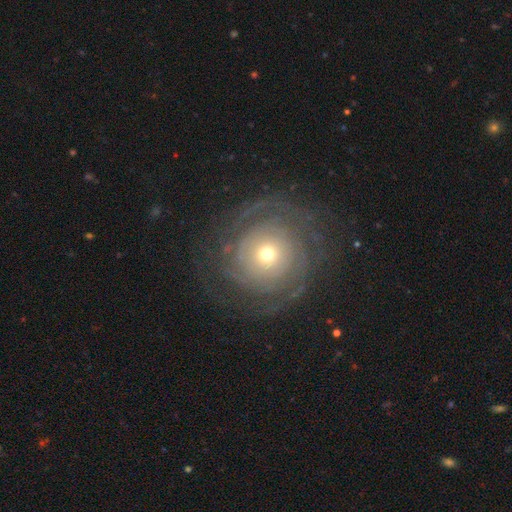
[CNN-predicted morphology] Q: Smooth or featured?
A: featured or disk (74%); runner-up: smooth (16%)
Q: Edge-on disk?
A: no (97%); runner-up: yes (3%)
Q: Bar?
A: no (82%); runner-up: weak (13%)
Q: Spiral arms?
A: yes (88%); runner-up: no (12%)
Q: Spiral winding?
A: tight (79%); runner-up: medium (16%)
Q: Spiral arm count?
A: can't tell (37%); runner-up: 2 (25%)
Q: Bulge size?
A: moderate (48%); runner-up: small (45%)
Q: Merging?
A: none (82%); runner-up: minor disturbance (10%)